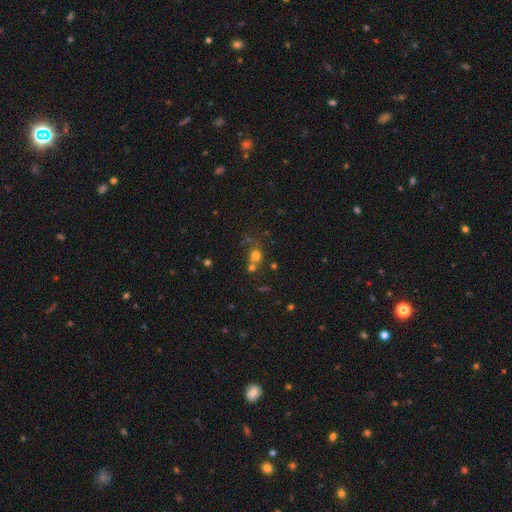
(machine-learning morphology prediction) smooth-or-featured: smooth: 64% | star or artifact: 21% | featured or disk: 15%
  how-rounded: round: 78% | in between: 21% | cigar-shaped: 1%
  merging: none: 44% | merger: 38% | minor disturbance: 11% | major disturbance: 7%